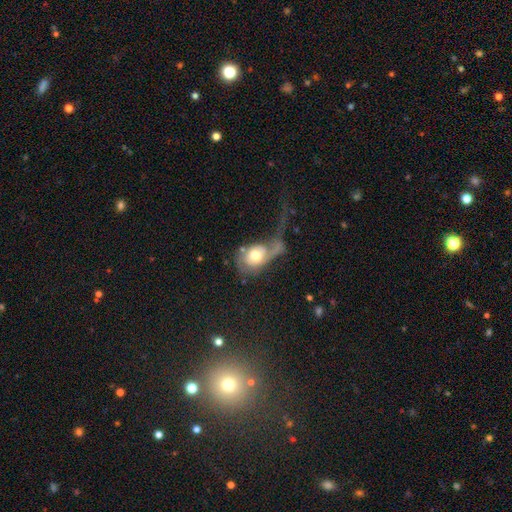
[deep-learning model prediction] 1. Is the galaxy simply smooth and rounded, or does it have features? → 49% featured or disk, 43% smooth, 7% star or artifact.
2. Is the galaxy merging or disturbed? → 57% major disturbance, 17% none, 14% minor disturbance, 12% merger.